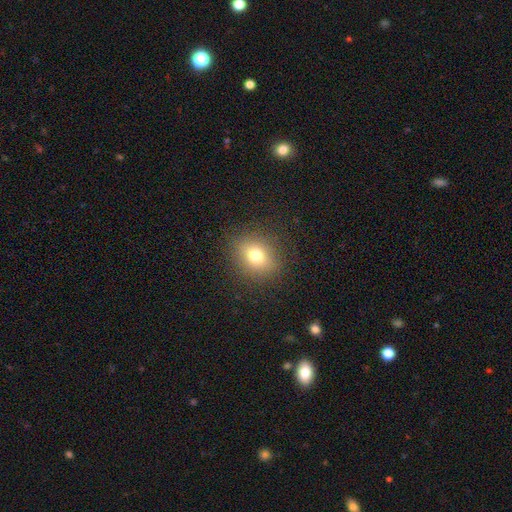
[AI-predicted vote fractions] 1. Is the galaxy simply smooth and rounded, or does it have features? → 75% smooth, 13% star or artifact, 12% featured or disk.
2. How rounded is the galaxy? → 62% round, 37% in between, 1% cigar-shaped.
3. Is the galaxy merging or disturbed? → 87% none, 9% minor disturbance, 4% major disturbance, 1% merger.